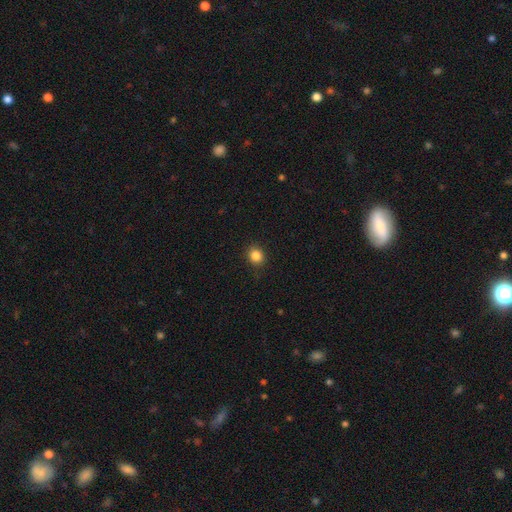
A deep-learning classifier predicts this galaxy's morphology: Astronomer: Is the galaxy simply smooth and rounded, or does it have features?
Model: smooth — 85%.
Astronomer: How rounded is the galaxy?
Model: round — 78%.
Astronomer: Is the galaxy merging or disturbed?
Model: none — 89%.